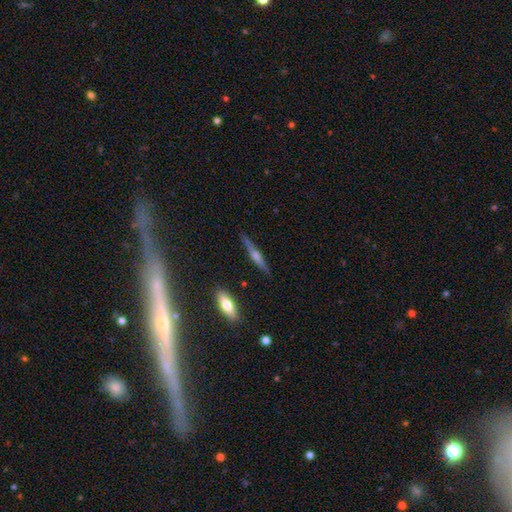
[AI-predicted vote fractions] smooth_or_featured: featured or disk (p=0.67) [alt: smooth p=0.25]
disk_edge_on: yes (p=0.96) [alt: no p=0.04]
edge_on_bulge: rounded (p=0.80) [alt: boxy p=0.12]
merging: none (p=0.86) [alt: minor disturbance p=0.11]